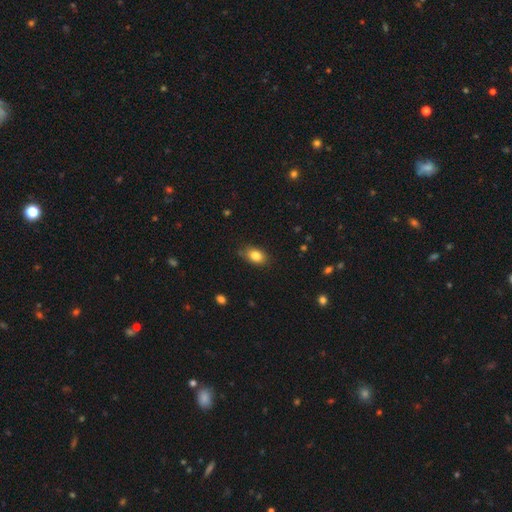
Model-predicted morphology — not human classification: The model was most divided on "how rounded": in between: 79%, round: 19%, cigar-shaped: 2%. More confident: smooth or featured — smooth (84%); merging — none (80%).